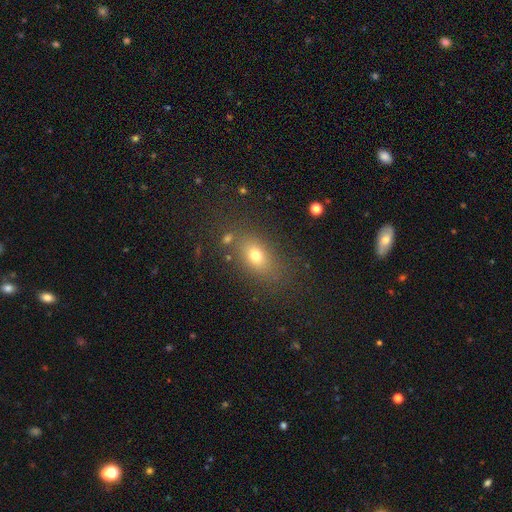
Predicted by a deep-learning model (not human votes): smooth 70%, star or artifact 15%, featured or disk 14%. Down the decision tree: how rounded — in between (74%); merging — none (76%).